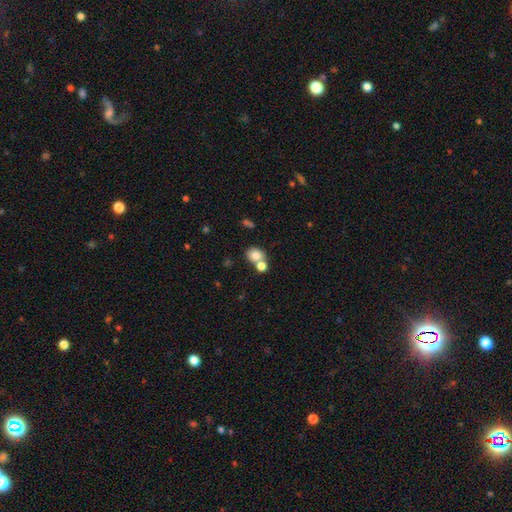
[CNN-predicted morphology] This appears to be a smooth galaxy with no disk features (79%) that is round (65%). Merging: none (46%).